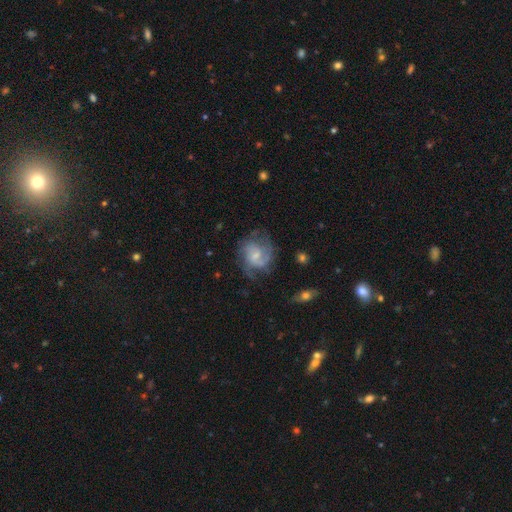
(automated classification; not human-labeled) Q: Smooth or featured?
A: featured or disk (70%); runner-up: smooth (22%)
Q: Edge-on disk?
A: no (98%); runner-up: yes (2%)
Q: Bar?
A: no (51%); runner-up: weak (42%)
Q: Spiral arms?
A: yes (88%); runner-up: no (12%)
Q: Spiral winding?
A: medium (46%); runner-up: tight (34%)
Q: Spiral arm count?
A: 2 (46%); runner-up: can't tell (26%)
Q: Bulge size?
A: small (54%); runner-up: moderate (31%)
Q: Merging?
A: none (59%); runner-up: minor disturbance (22%)